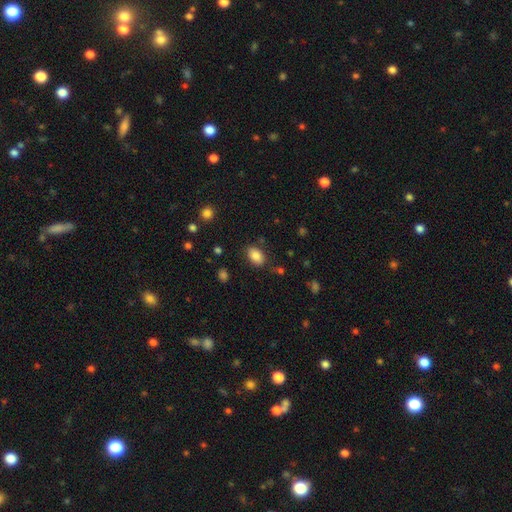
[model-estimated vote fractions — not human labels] This appears to be a smooth galaxy with no disk features (85%) that is in between round and cigar-shaped (85%). Merging: none (81%).